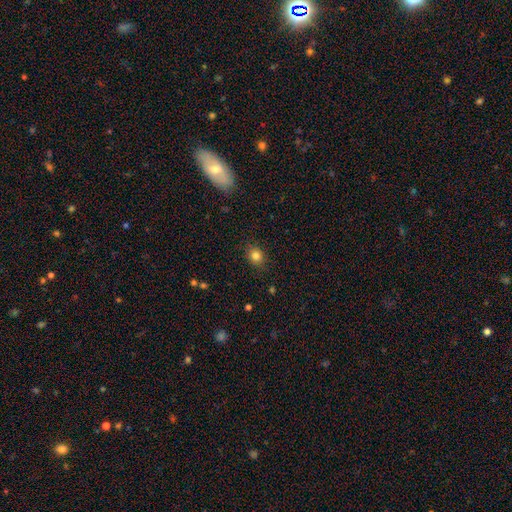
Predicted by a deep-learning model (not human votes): The model was most divided on "how rounded": round: 68%, in between: 31%, cigar-shaped: 1%. More confident: merging — none (87%); smooth or featured — smooth (82%).